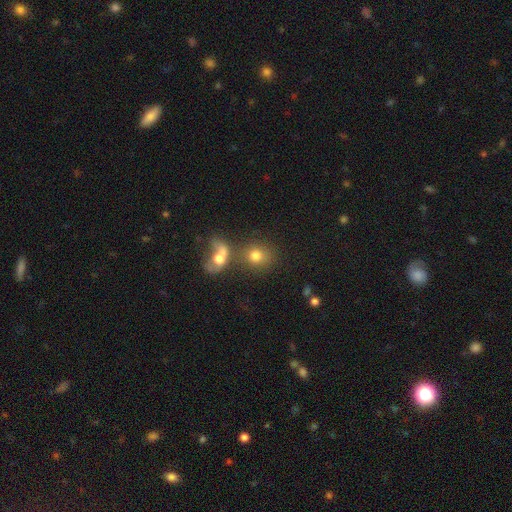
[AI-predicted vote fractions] Smooth or featured: smooth — 73% (featured or disk — 15%)
How rounded: round — 70% (in between — 28%)
Merging: merger — 42% (none — 39%)